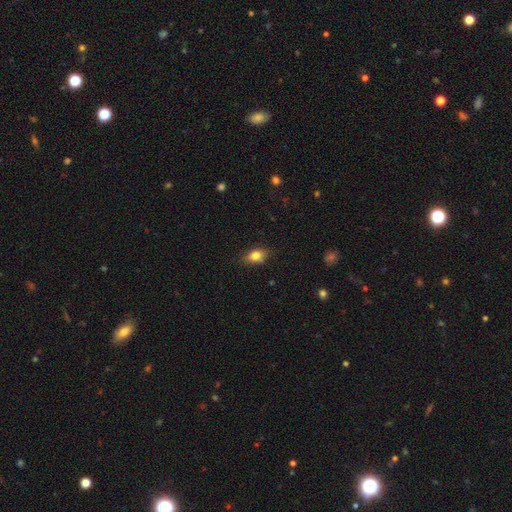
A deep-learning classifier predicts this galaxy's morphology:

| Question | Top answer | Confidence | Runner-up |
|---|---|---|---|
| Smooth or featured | smooth | 80% | featured or disk (11%) |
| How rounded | in between | 77% | round (18%) |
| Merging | none | 79% | minor disturbance (17%) |